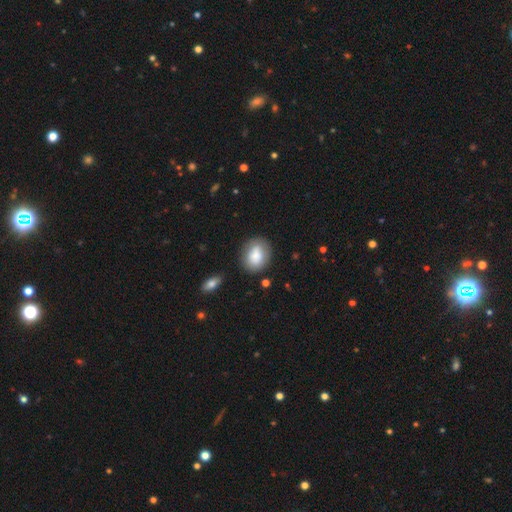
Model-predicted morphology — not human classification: Smooth or featured: smooth — 82% (featured or disk — 11%)
How rounded: in between — 57% (round — 42%)
Merging: none — 76% (minor disturbance — 17%)